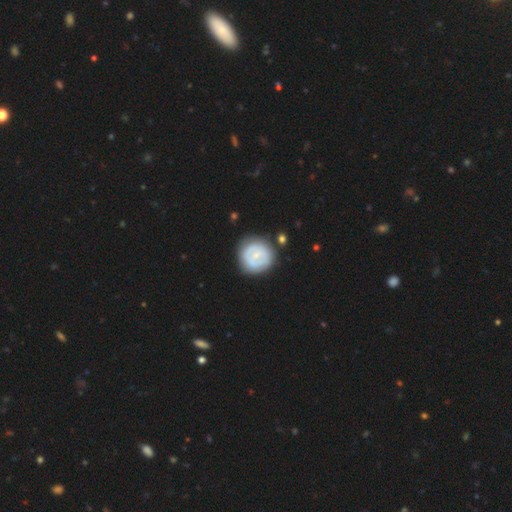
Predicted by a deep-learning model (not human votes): Smooth or featured? featured or disk (47%, tied with smooth)
Merging? none (75%)